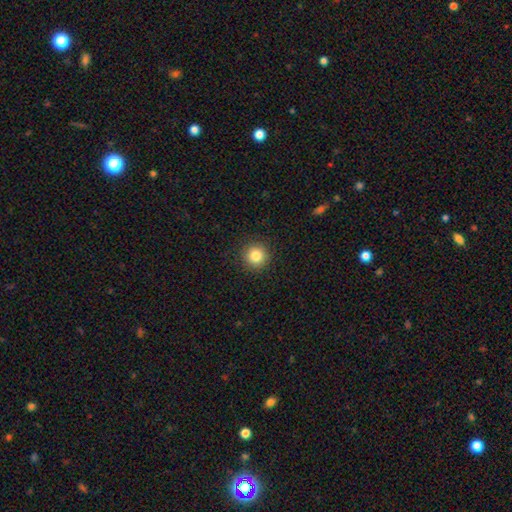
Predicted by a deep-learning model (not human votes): A smooth galaxy with no disk features (84%) that is round (95%). Merging: none (91%).